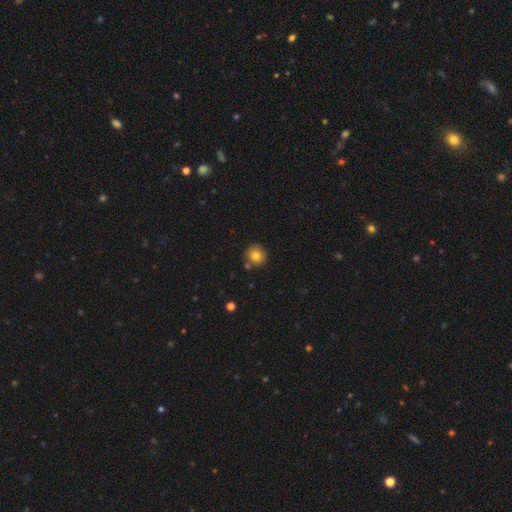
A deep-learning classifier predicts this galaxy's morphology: smooth 80%, star or artifact 11%, featured or disk 10%. Down the decision tree: how rounded — round (91%); merging — none (79%).